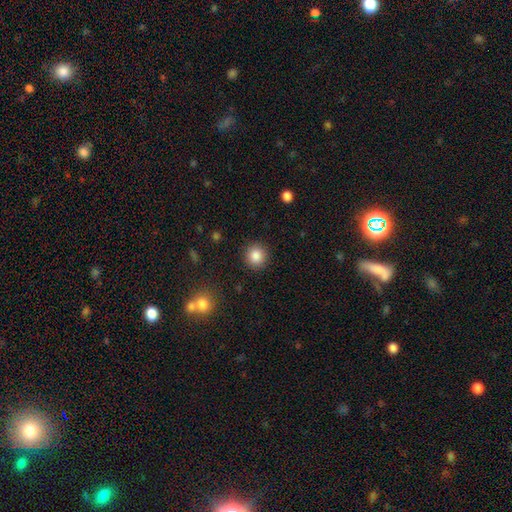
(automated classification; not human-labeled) Q: Smooth or featured?
A: smooth (85%); runner-up: star or artifact (10%)
Q: How rounded?
A: round (92%); runner-up: in between (7%)
Q: Merging?
A: none (91%); runner-up: minor disturbance (6%)